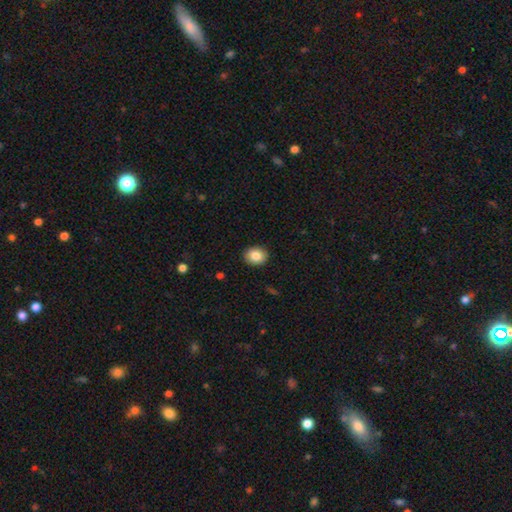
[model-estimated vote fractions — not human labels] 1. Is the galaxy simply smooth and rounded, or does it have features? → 85% smooth, 8% star or artifact, 7% featured or disk.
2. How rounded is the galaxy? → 56% round, 43% in between, 1% cigar-shaped.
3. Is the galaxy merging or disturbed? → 90% none, 7% minor disturbance, 2% major disturbance, 1% merger.